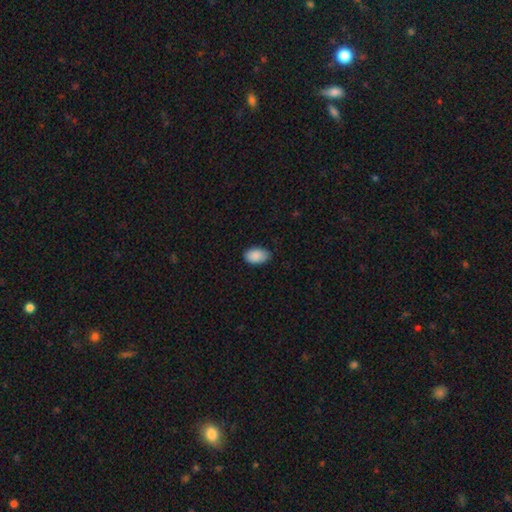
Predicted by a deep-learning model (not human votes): Q: Smooth or featured?
A: smooth (89%); runner-up: star or artifact (7%)
Q: How rounded?
A: in between (92%); runner-up: round (7%)
Q: Merging?
A: none (75%); runner-up: minor disturbance (21%)